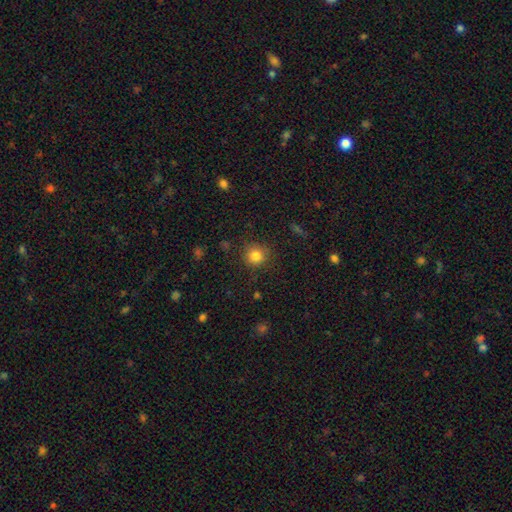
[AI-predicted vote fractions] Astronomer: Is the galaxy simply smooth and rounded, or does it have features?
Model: smooth — 82%.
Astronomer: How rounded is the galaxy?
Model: round — 91%.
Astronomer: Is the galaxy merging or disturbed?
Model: none — 85%.